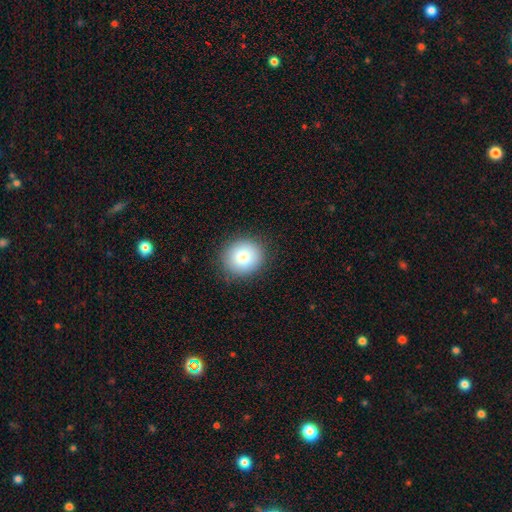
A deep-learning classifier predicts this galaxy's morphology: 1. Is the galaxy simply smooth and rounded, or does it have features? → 76% smooth, 12% star or artifact, 12% featured or disk.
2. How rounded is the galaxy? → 88% round, 11% in between, 1% cigar-shaped.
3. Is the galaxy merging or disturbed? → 91% none, 6% minor disturbance, 2% major disturbance, 1% merger.